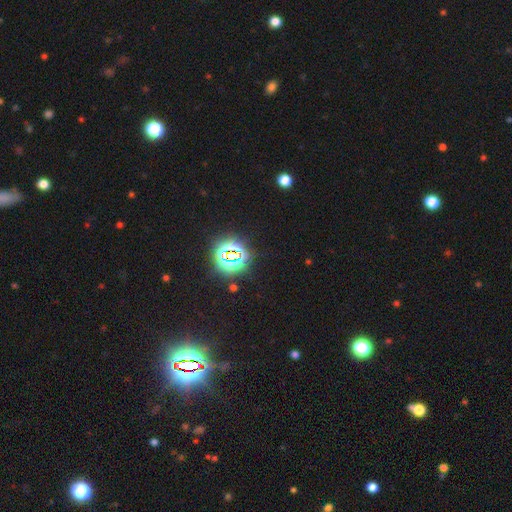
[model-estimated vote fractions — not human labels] A star or artifact, not a galaxy (82%).

Vote fractions:
- Smooth or featured? star or artifact: 82% / smooth: 12% / featured or disk: 6%